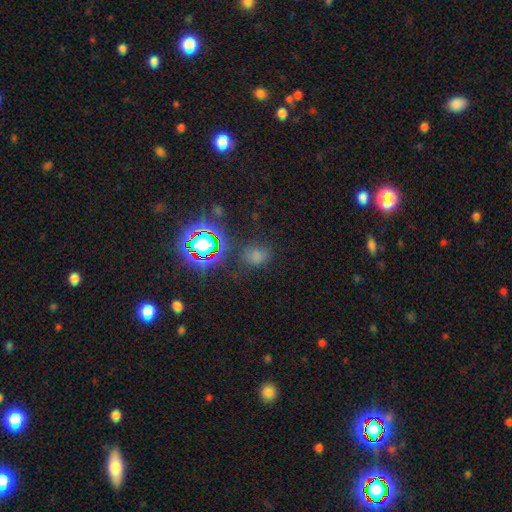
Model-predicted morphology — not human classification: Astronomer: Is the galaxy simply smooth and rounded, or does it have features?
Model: smooth — 60%.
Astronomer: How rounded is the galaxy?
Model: in between — 54% (runner-up: round, 44%).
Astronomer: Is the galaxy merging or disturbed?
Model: none — 74%.